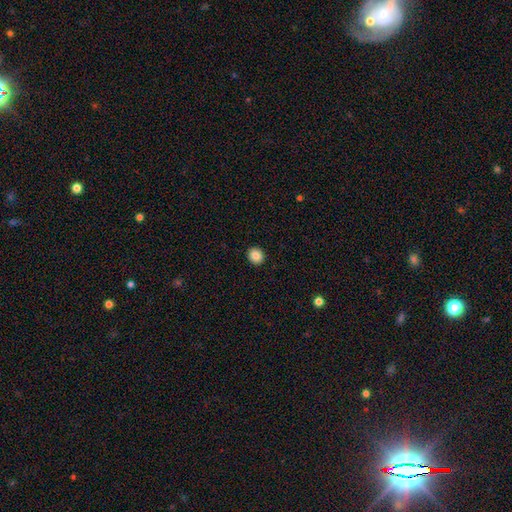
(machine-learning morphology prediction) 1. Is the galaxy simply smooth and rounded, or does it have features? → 86% smooth, 9% star or artifact, 5% featured or disk.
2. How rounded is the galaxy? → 84% round, 15% in between, 1% cigar-shaped.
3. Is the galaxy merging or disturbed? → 92% none, 5% minor disturbance, 2% major disturbance, 1% merger.